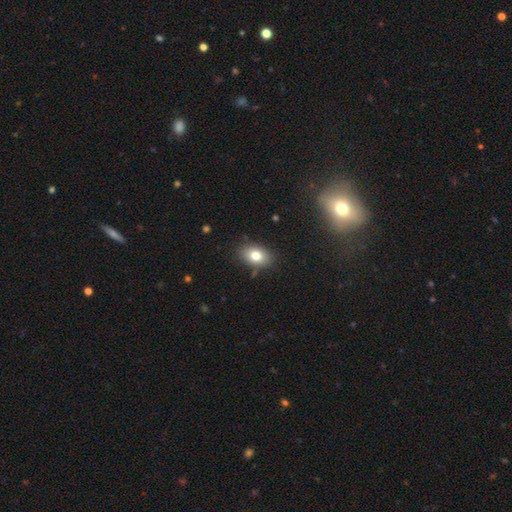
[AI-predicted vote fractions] This appears to be a smooth galaxy with no disk features (78%) that is in between round and cigar-shaped (81%). Merging: none (84%).